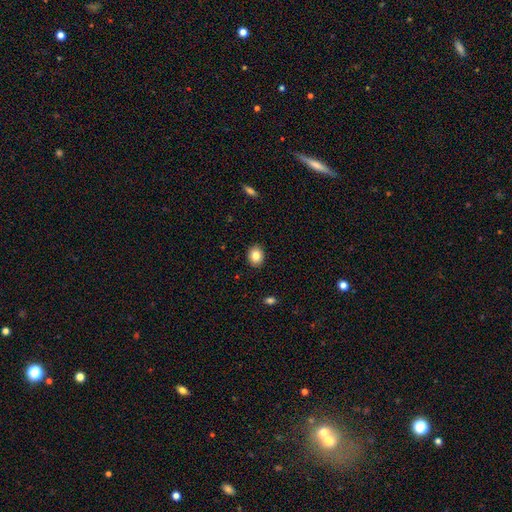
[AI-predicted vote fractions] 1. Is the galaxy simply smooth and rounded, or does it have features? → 84% smooth, 9% star or artifact, 7% featured or disk.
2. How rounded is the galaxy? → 52% round, 47% in between, 1% cigar-shaped.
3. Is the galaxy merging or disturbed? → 90% none, 7% minor disturbance, 2% major disturbance, 1% merger.